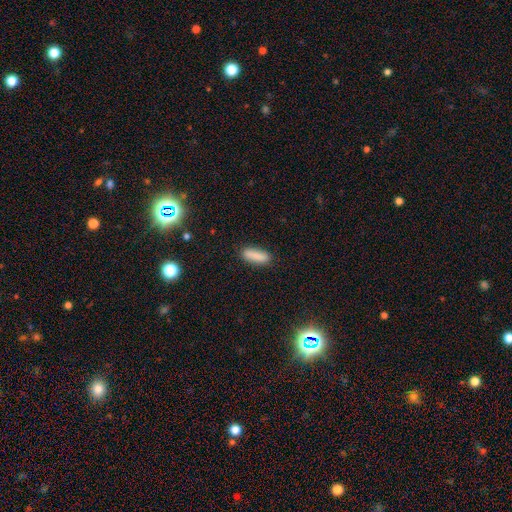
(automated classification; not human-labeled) smooth 87%, star or artifact 7%, featured or disk 5%. Down the decision tree: how rounded — in between (52%); merging — none (86%).